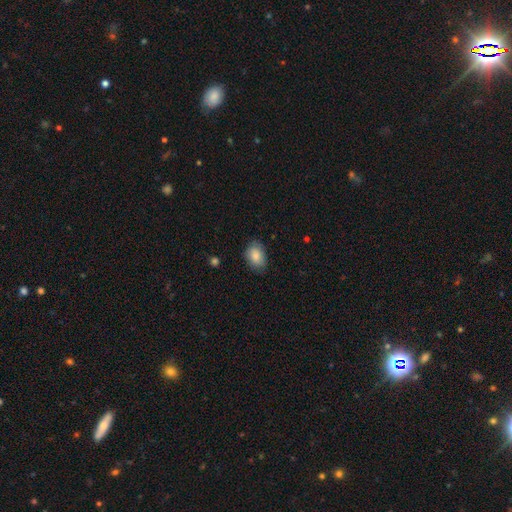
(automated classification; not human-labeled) Smooth or featured? smooth (86%)
How rounded? in between (72%)
Merging? none (76%)